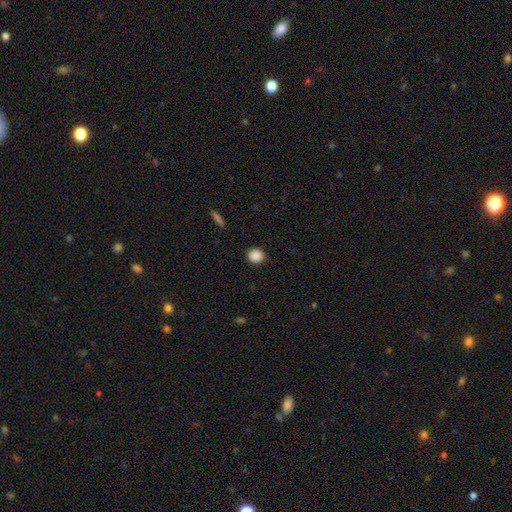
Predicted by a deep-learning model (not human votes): Smooth or featured: smooth — 88% (star or artifact — 9%)
How rounded: round — 81% (in between — 18%)
Merging: none — 89% (minor disturbance — 7%)